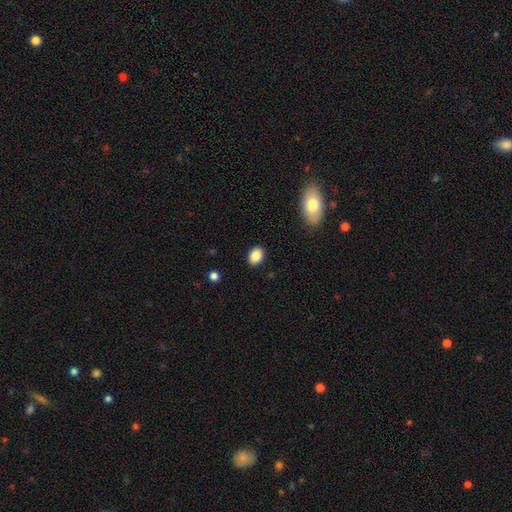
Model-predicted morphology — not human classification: type=smooth (87%); roundness=in between (67%); merging=none (89%).